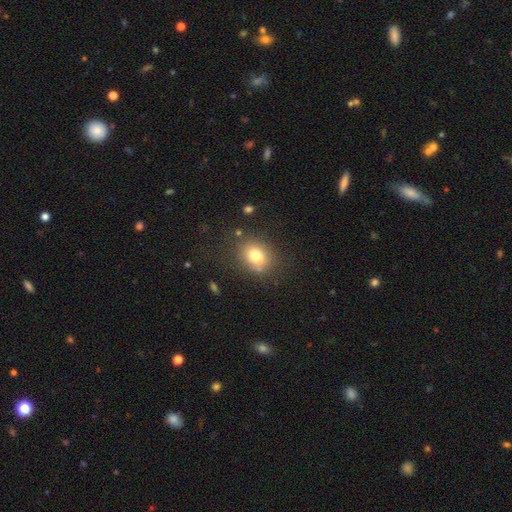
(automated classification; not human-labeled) Smooth or featured: smooth — 73% (featured or disk — 15%)
How rounded: round — 53% (in between — 46%)
Merging: none — 67% (minor disturbance — 16%)